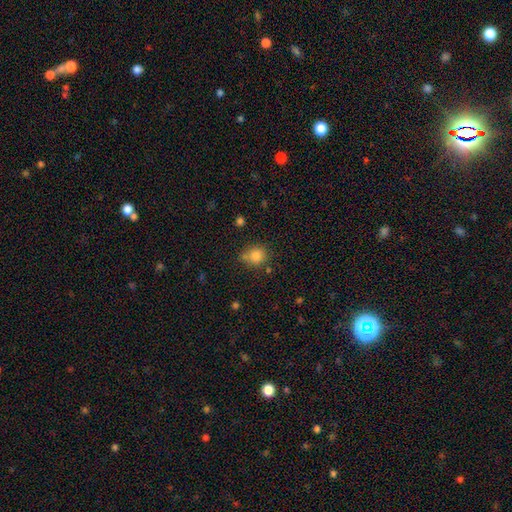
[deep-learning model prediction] This is clearly a smooth galaxy (82%). How rounded: likely round (80%). Merging: likely none (66%).